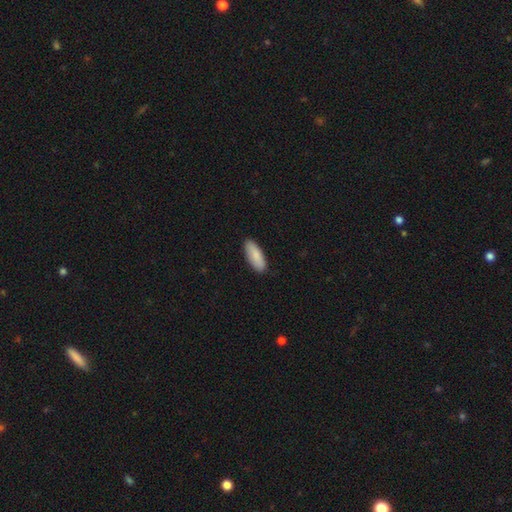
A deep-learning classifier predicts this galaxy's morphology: smooth_or_featured: smooth (p=0.88) [alt: featured or disk p=0.07]
how_rounded: in between (p=0.74) [alt: cigar-shaped p=0.24]
merging: none (p=0.88) [alt: minor disturbance p=0.09]